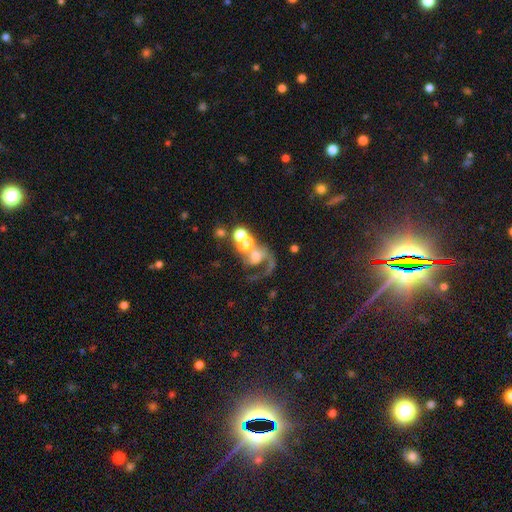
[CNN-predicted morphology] This is possibly a featured or disk galaxy (53%). It is clearly not viewed edge-on (97%). Bar: likely no (69%). Spiral arm pattern: likely yes (64%). Central bulge: marginally large (32%). Merging: marginally merger (38%).